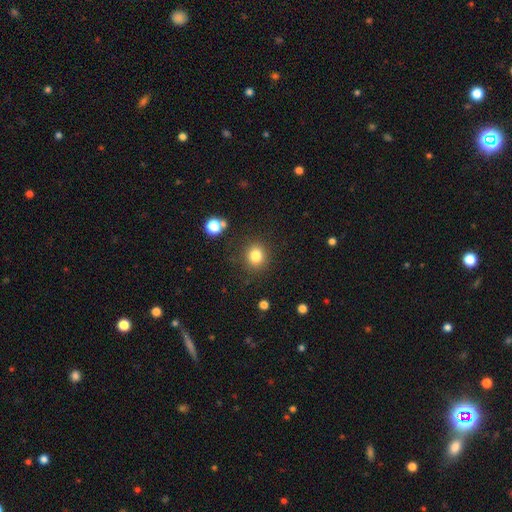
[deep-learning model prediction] Smooth or featured: smooth — 81% (star or artifact — 12%)
How rounded: round — 83% (in between — 16%)
Merging: none — 86% (minor disturbance — 8%)